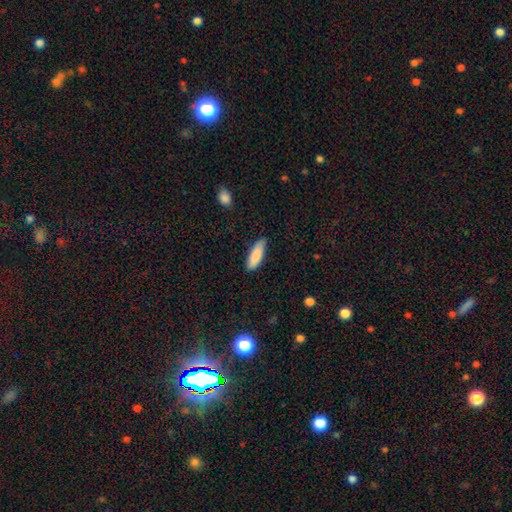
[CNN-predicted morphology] Smooth or featured? smooth (87%)
How rounded? in between (56%)
Merging? none (82%)